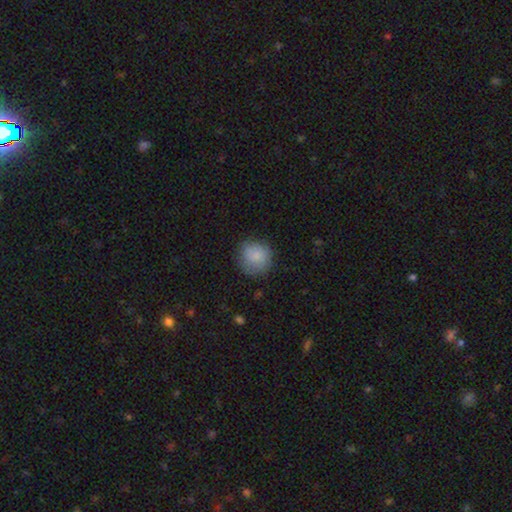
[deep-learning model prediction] A smooth galaxy with no disk features (83%) that is round (91%). Merging: none (75%).